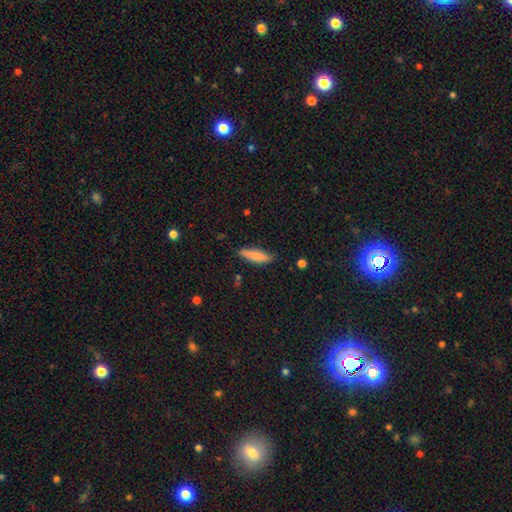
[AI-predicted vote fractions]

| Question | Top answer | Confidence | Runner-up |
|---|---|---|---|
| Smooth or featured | smooth | 81% | featured or disk (13%) |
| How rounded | cigar-shaped | 68% | in between (30%) |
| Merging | none | 83% | minor disturbance (13%) |